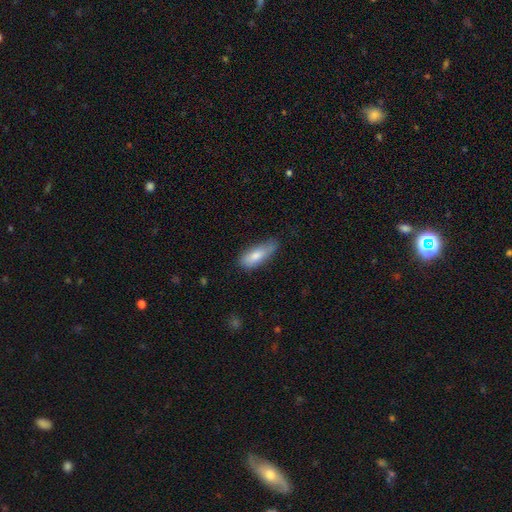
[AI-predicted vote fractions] A smooth galaxy with no disk features (78%) that is in between round and cigar-shaped (69%). Merging: none (53%).